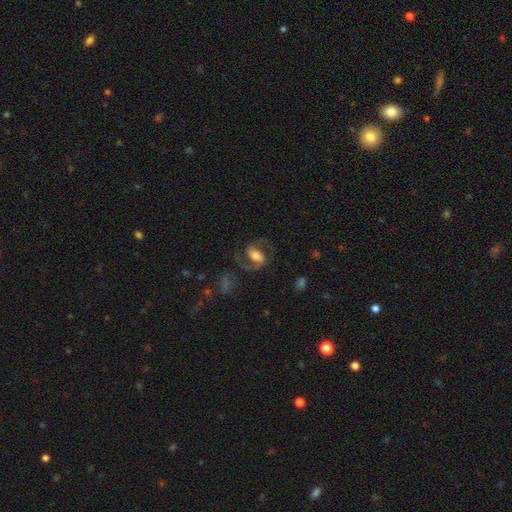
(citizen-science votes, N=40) A featured or disk galaxy (68%) with a strong bar (50%), 2 (100%) medium (68%) spiral arms (96%) and a moderate central bulge (81%).

Vote fractions:
- Smooth or featured? featured or disk: 68% / smooth: 30% / star or artifact: 2%
- Edge-on disk? no: 96% / yes: 4%
- Bar? strong: 50% / weak: 38% / no: 12%
- Spiral arms? yes: 96% / no: 4%
- Spiral winding? medium: 68% / tight: 20% / loose: 12%
- Spiral arm count? 2: 100% / 1: 0% / 3: 0% / 4: 0% / more than 4: 0% / can't tell: 0%
- Bulge size? moderate: 81% / large: 12% / small: 8% / dominant: 0% / none: 0%
- Merging? none: 59% / major disturbance: 23% / minor disturbance: 13% / merger: 5%